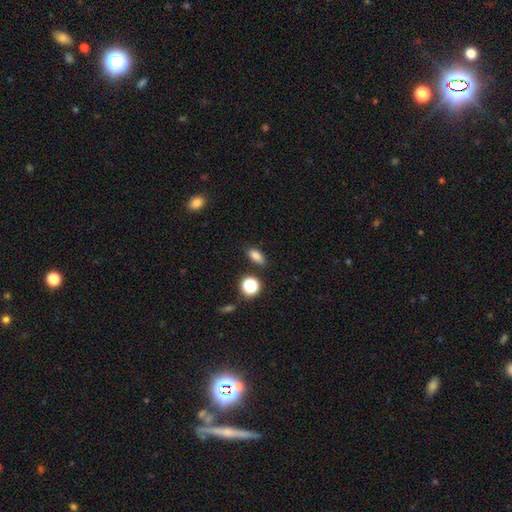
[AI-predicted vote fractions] Smooth or featured? smooth (82%)
How rounded? in between (79%)
Merging? none (81%)